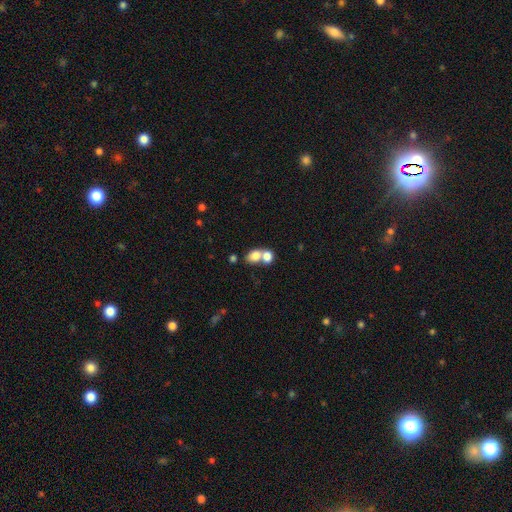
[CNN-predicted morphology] Smooth or featured: smooth — 77% (featured or disk — 13%)
How rounded: in between — 64% (round — 35%)
Merging: merger — 63% (none — 26%)